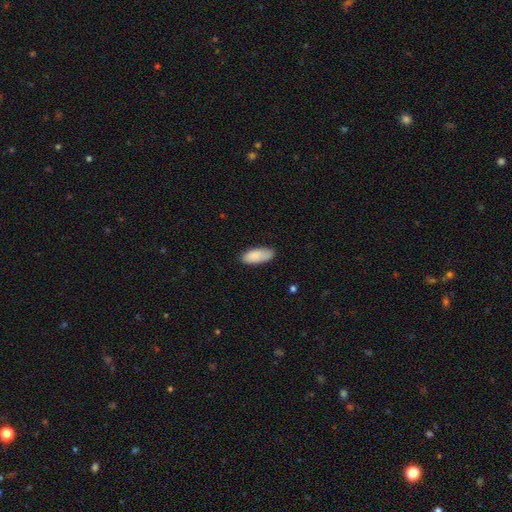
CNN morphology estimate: A smooth galaxy with no disk features (88%) that is in between round and cigar-shaped (85%). Merging: none (78%).